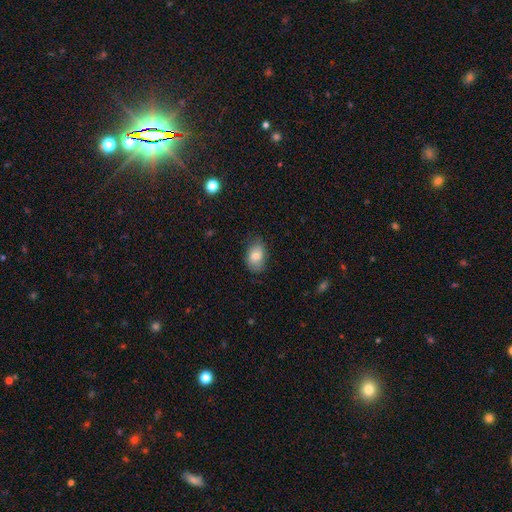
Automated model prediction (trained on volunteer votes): This appears to be a smooth galaxy with no disk features (80%) that is in between round and cigar-shaped (88%). Merging: none (75%).